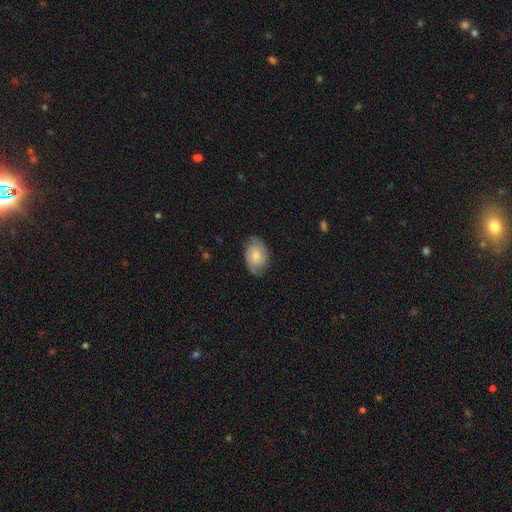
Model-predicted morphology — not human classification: Q: Smooth or featured?
A: featured or disk (55%); runner-up: smooth (38%)
Q: Edge-on disk?
A: no (96%); runner-up: yes (4%)
Q: Bar?
A: no (70%); runner-up: weak (26%)
Q: Spiral arms?
A: yes (87%); runner-up: no (13%)
Q: Bulge size?
A: small (47%); runner-up: moderate (46%)
Q: Merging?
A: none (77%); runner-up: minor disturbance (18%)